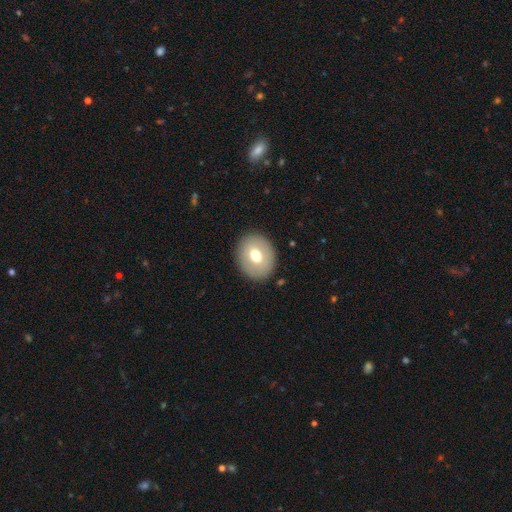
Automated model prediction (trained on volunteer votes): smooth-or-featured: smooth: 67% | featured or disk: 26% | star or artifact: 8%
  how-rounded: round: 58% | in between: 41% | cigar-shaped: 1%
  merging: none: 88% | minor disturbance: 8% | major disturbance: 3% | merger: 1%